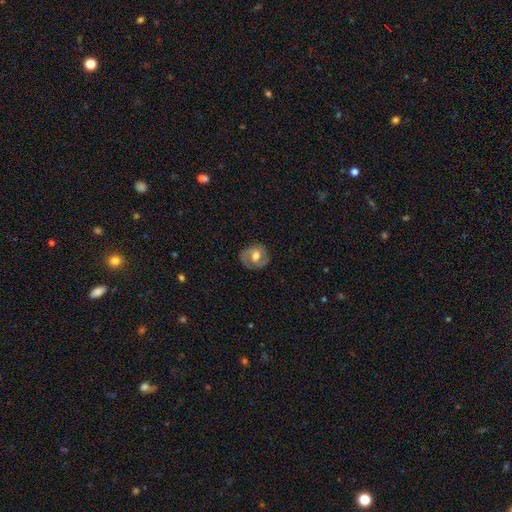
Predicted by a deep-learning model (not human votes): Smooth or featured? featured or disk (65%)
Edge-on disk? no (97%)
Bar? no (46%)
Spiral arms? yes (78%)
Bulge size? moderate (69%)
Merging? none (76%)